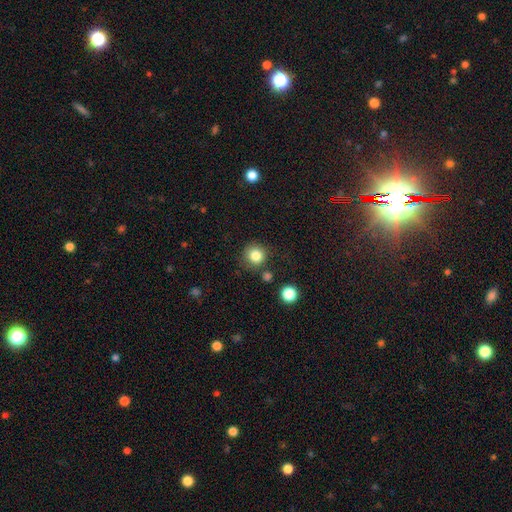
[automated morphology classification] A smooth galaxy with no disk features (83%) that is round (92%).

Vote fractions:
- Smooth or featured? smooth: 83% / star or artifact: 11% / featured or disk: 6%
- How rounded? round: 92% / in between: 7% / cigar-shaped: 1%
- Merging? none: 80% / minor disturbance: 11% / merger: 5% / major disturbance: 4%